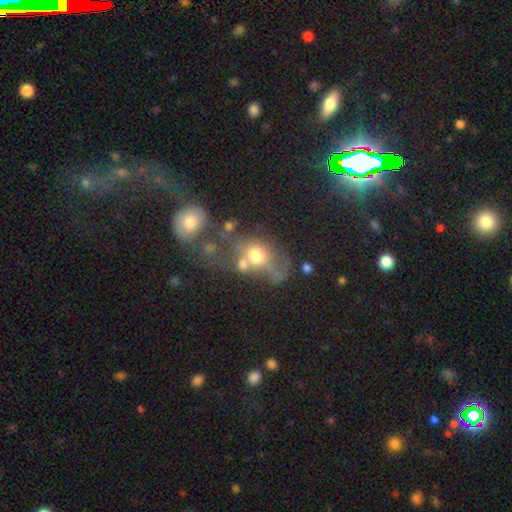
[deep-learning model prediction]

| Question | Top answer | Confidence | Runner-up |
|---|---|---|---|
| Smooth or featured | smooth | 57% | featured or disk (27%) |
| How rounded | round | 52% | in between (47%) |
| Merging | merger | 40% | none (26%) |